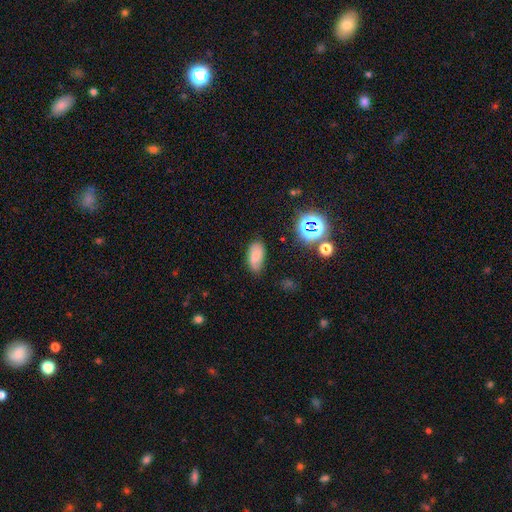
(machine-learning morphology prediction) Smooth or featured? Predicted: smooth (p=0.74). How rounded? Predicted: in between (p=0.92). Merging? Predicted: none (p=0.75).